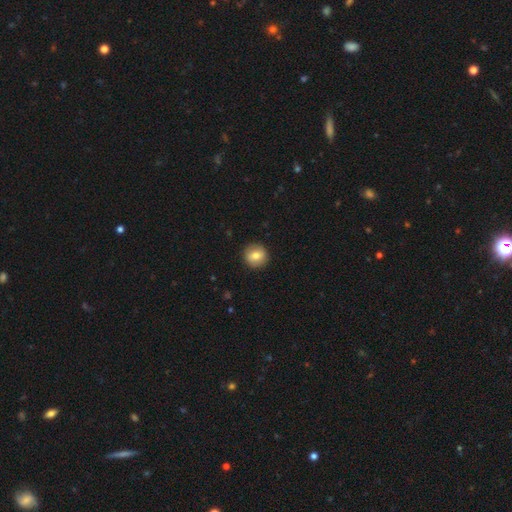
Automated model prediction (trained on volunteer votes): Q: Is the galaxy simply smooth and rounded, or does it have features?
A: smooth — 75%.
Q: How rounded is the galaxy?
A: round — 93%.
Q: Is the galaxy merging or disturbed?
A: none — 91%.